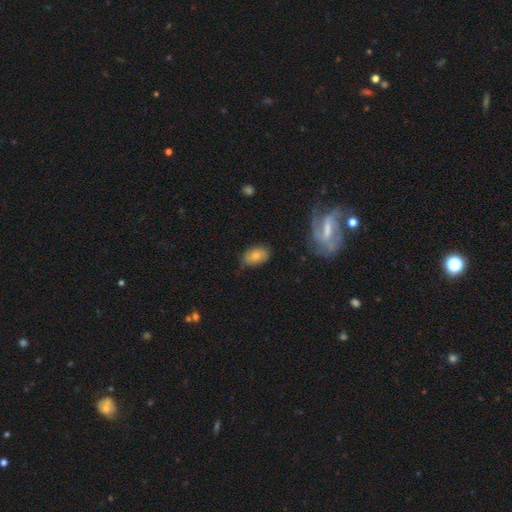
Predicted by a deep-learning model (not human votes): Smooth or featured?
  - smooth: 74% *
  - featured or disk: 17%
  - star or artifact: 9%
How rounded?
  - in between: 87% *
  - round: 12%
  - cigar-shaped: 2%
Merging?
  - none: 74% *
  - minor disturbance: 20%
  - major disturbance: 4%
  - merger: 2%